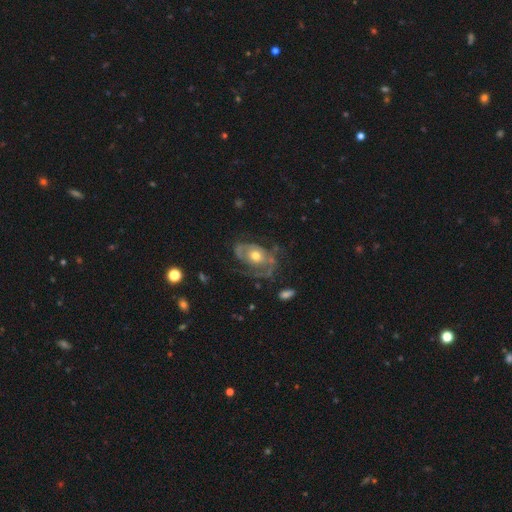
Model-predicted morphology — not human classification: Q: Smooth or featured?
A: featured or disk (74%); runner-up: smooth (19%)
Q: Edge-on disk?
A: no (96%); runner-up: yes (4%)
Q: Bar?
A: no (81%); runner-up: weak (15%)
Q: Spiral arms?
A: yes (72%); runner-up: no (28%)
Q: Spiral winding?
A: tight (45%); runner-up: medium (36%)
Q: Spiral arm count?
A: 2 (40%); runner-up: can't tell (30%)
Q: Bulge size?
A: moderate (73%); runner-up: small (17%)
Q: Merging?
A: none (49%); runner-up: major disturbance (24%)